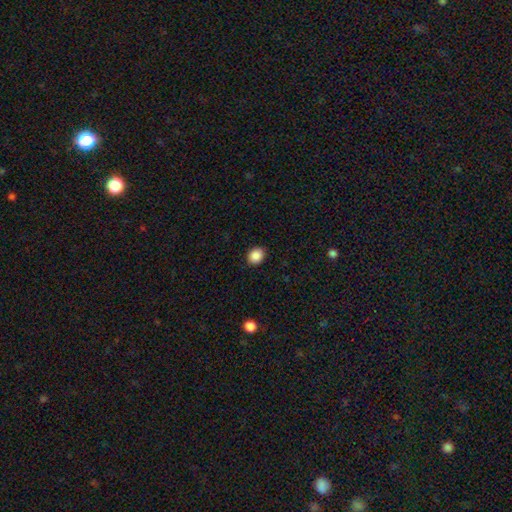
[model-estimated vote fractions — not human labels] Morphology: type=smooth (88%); roundness=round (62%); merging=none (90%).